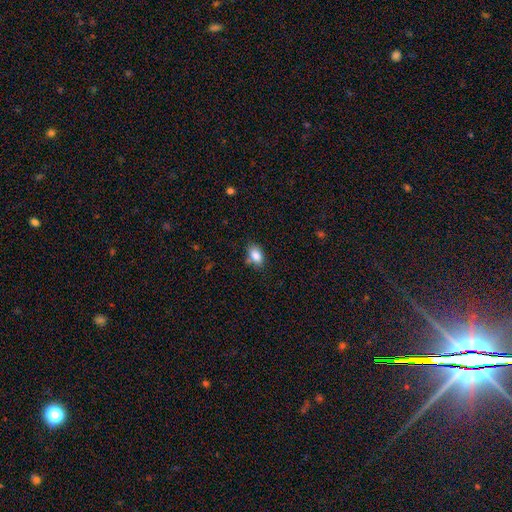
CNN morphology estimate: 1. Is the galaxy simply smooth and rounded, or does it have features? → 86% smooth, 9% star or artifact, 6% featured or disk.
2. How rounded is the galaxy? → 86% in between, 13% round, 2% cigar-shaped.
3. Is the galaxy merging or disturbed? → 73% none, 17% minor disturbance, 6% merger, 4% major disturbance.